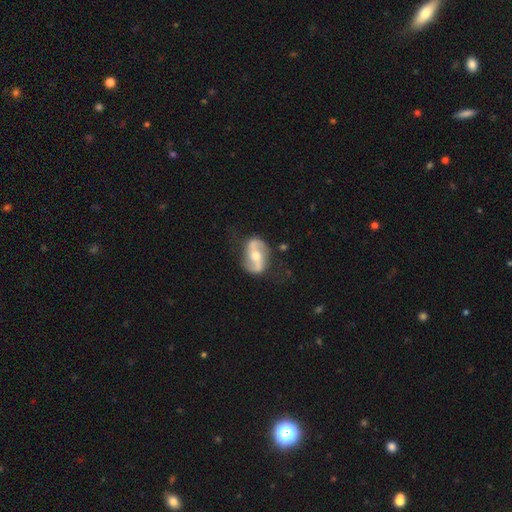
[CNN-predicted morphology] type=featured or disk (84%); edge-on=no (96%); bar=strong (39%); spiral arms=yes (91%); winding=loose (60%); arm count=2 (93%); bulge=moderate (68%); merging=none (76%).